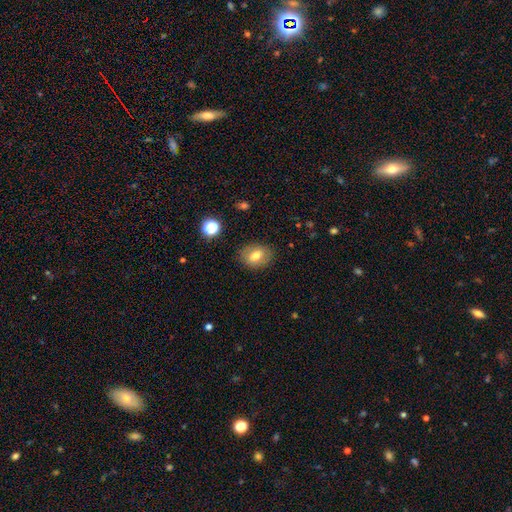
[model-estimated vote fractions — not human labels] Overall: smooth (71%). How rounded: in between (63%; round 35%). Merging: none (83%).